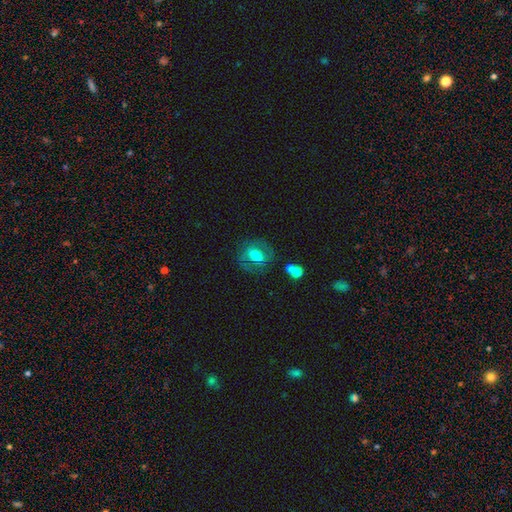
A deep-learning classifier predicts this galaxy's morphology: featured or disk 49%, smooth 43%, star or artifact 8%. Down the decision tree: merging — none (70%).